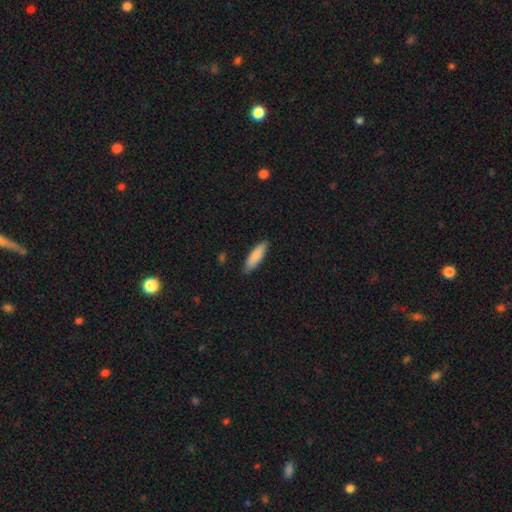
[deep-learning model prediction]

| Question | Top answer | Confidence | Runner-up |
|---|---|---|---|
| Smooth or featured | smooth | 85% | featured or disk (9%) |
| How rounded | cigar-shaped | 56% | in between (43%) |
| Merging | none | 87% | minor disturbance (10%) |